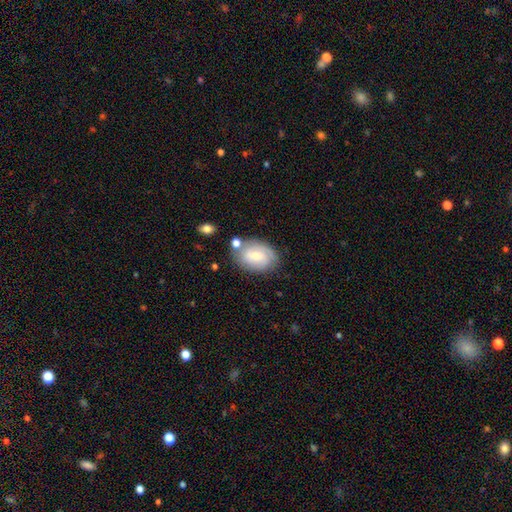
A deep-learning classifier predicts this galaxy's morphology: This is possibly a smooth galaxy (49%). Merging: likely none (65%).